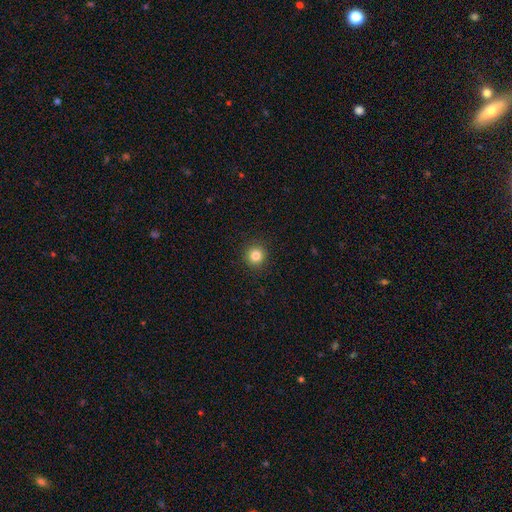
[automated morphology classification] This is clearly a smooth galaxy (83%). How rounded: clearly round (94%). Merging: clearly none (92%).